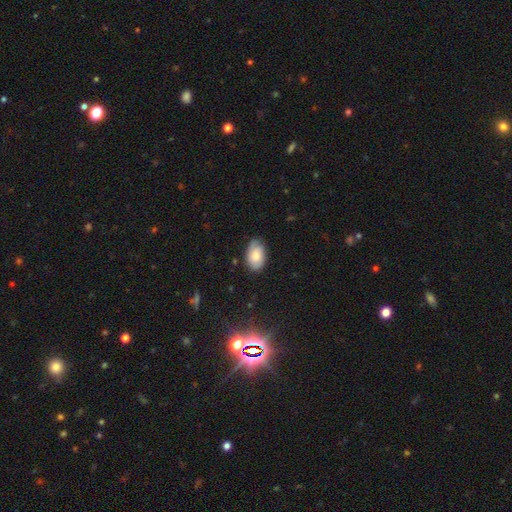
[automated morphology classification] Overall: smooth (71%). How rounded: in between (92%). Merging: none (74%).